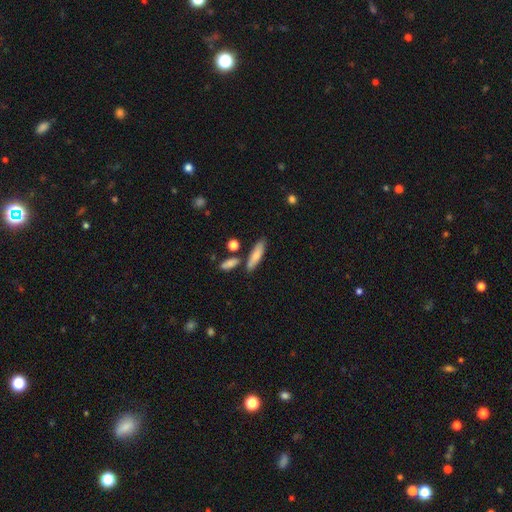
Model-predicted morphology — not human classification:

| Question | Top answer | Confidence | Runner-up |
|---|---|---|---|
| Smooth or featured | smooth | 76% | featured or disk (17%) |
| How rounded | cigar-shaped | 60% | in between (37%) |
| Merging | none | 73% | minor disturbance (13%) |